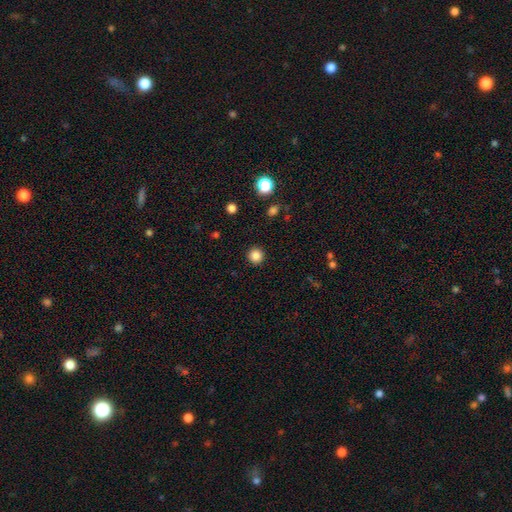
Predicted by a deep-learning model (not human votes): smooth 85%, star or artifact 11%, featured or disk 3%. Down the decision tree: how rounded — round (95%); merging — none (92%).